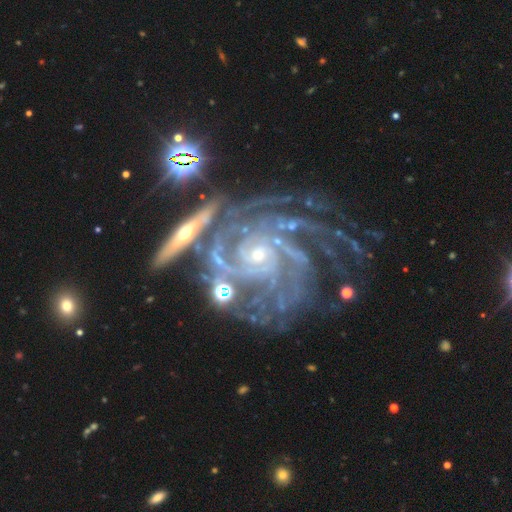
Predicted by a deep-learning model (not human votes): Overall: featured or disk (90%). Edge-on disk: no (97%). Bar: no (68%). Spiral arms: yes (98%). Spiral arm count: 4 (26%; more than 4 22%). Spiral winding: tight (78%). Bulge size: small (83%). Merging: none (53%; minor disturbance 20%).